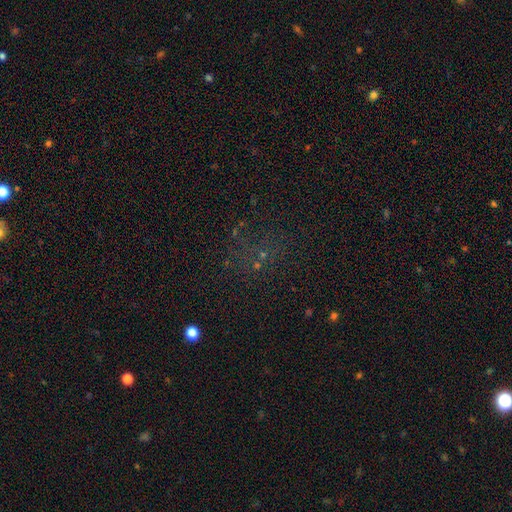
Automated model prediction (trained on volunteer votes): Overall: star or artifact (51%; smooth 31%).